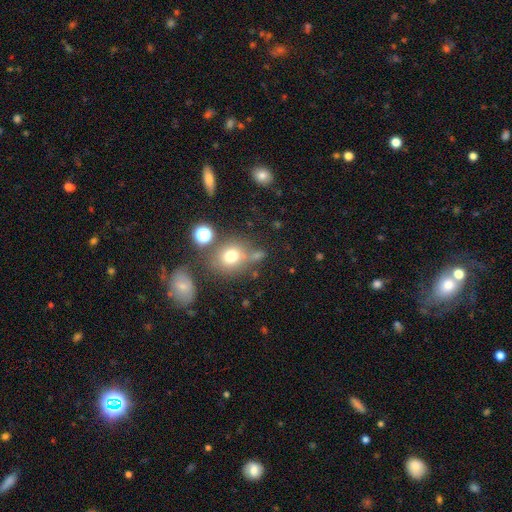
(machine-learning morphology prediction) Smooth or featured: smooth — 66% (star or artifact — 19%)
How rounded: round — 64% (in between — 34%)
Merging: none — 59% (merger — 18%)